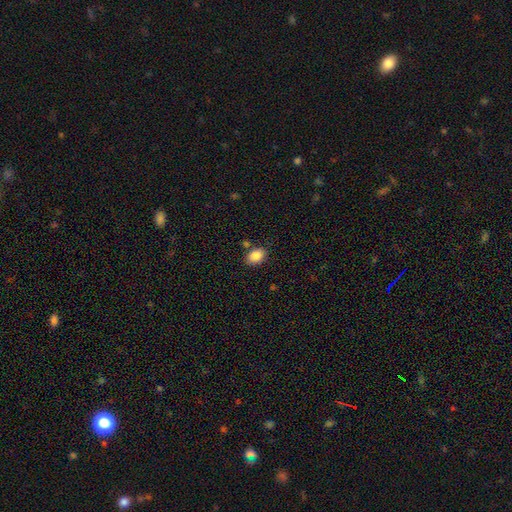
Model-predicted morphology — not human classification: This appears to be a smooth galaxy with no disk features (87%) that is in between round and cigar-shaped (81%). Merging: none (79%).